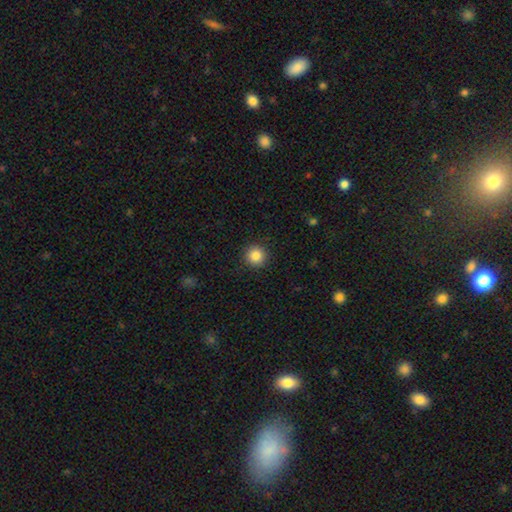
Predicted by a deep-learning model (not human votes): Smooth or featured: smooth — 86% (star or artifact — 10%)
How rounded: round — 95% (in between — 4%)
Merging: none — 92% (minor disturbance — 5%)